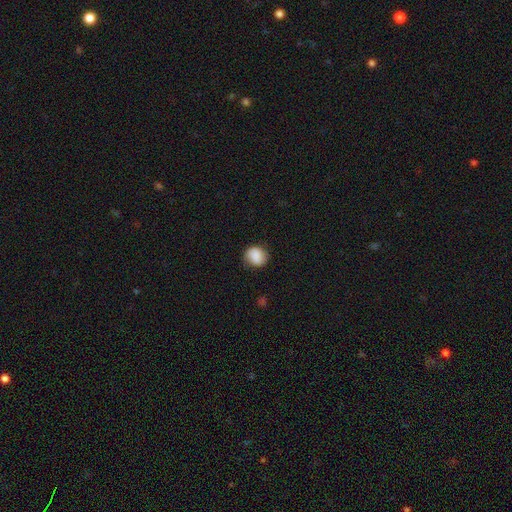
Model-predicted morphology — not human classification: smooth 85%, star or artifact 8%, featured or disk 7%. Down the decision tree: how rounded — round (76%); merging — none (77%).